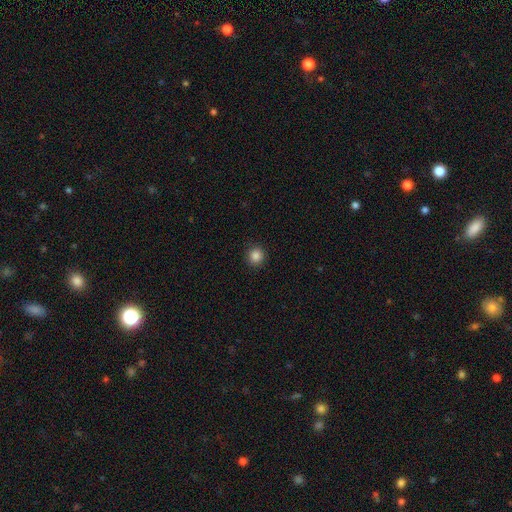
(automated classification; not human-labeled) A smooth galaxy with no disk features (86%) that is round (93%). Merging: none (92%).